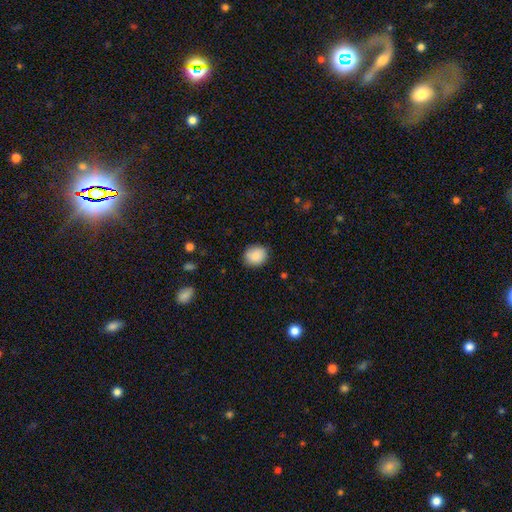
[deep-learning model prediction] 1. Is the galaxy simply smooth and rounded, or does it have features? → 89% smooth, 8% star or artifact, 4% featured or disk.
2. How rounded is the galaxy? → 67% round, 32% in between, 1% cigar-shaped.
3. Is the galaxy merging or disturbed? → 87% none, 10% minor disturbance, 3% major disturbance, 1% merger.